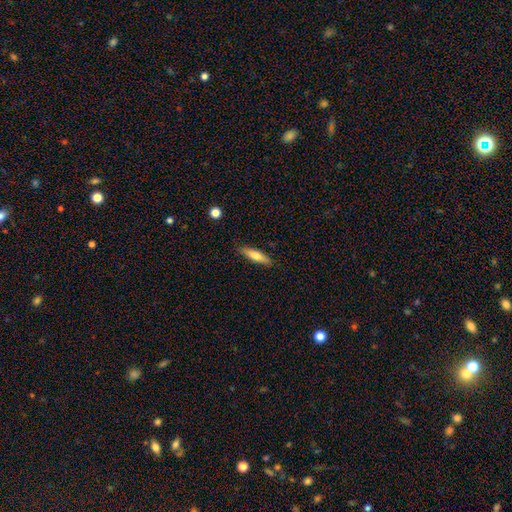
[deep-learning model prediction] Morphology: type=smooth (68%); roundness=cigar-shaped (72%); merging=none (87%).